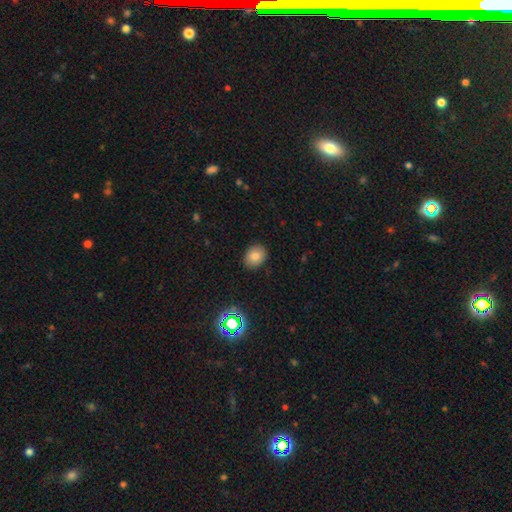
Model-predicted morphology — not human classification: Smooth or featured: smooth — 81% (star or artifact — 12%)
How rounded: in between — 51% (round — 48%)
Merging: none — 88% (minor disturbance — 8%)